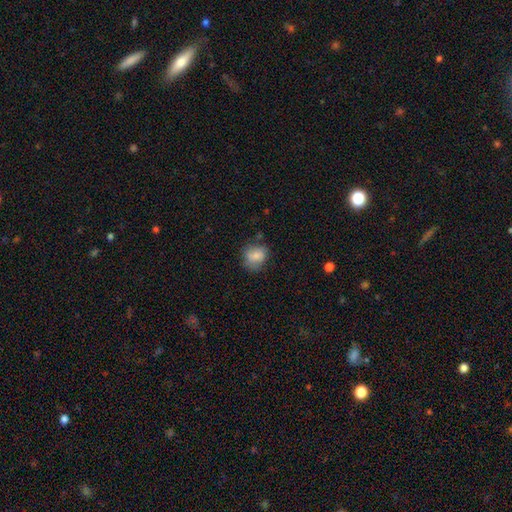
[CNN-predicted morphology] This is likely a smooth galaxy (80%). How rounded: likely round (64%). Merging: likely none (66%).